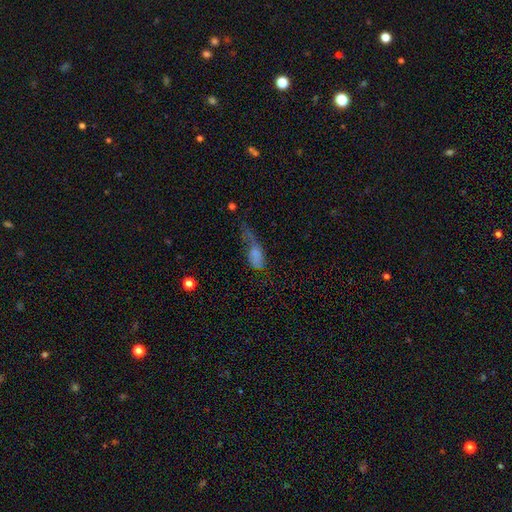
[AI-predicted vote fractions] Overall: smooth (63%; featured or disk 26%). How rounded: in between (79%). Merging: major disturbance (54%; minor disturbance 21%).